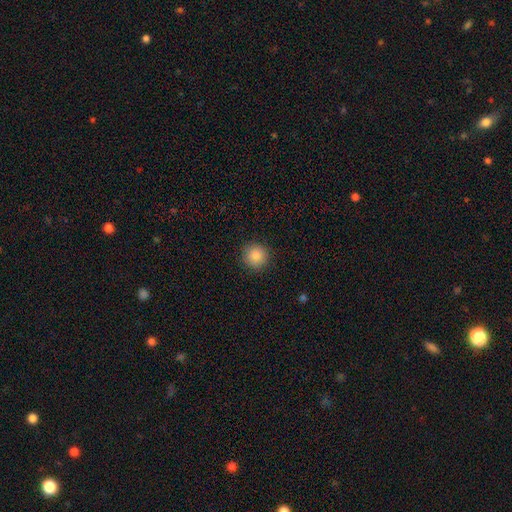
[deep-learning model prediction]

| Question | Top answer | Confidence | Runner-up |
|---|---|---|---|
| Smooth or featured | smooth | 87% | star or artifact (9%) |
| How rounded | round | 94% | in between (5%) |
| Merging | none | 91% | minor disturbance (6%) |